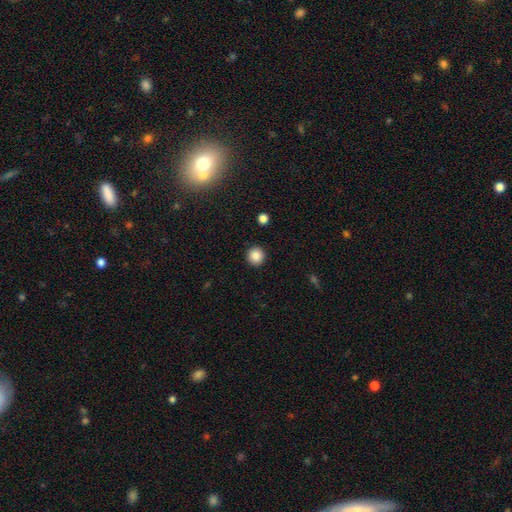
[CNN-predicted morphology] smooth-or-featured: smooth: 87% | star or artifact: 9% | featured or disk: 4%
  how-rounded: round: 92% | in between: 7% | cigar-shaped: 1%
  merging: none: 92% | minor disturbance: 5% | major disturbance: 2% | merger: 1%